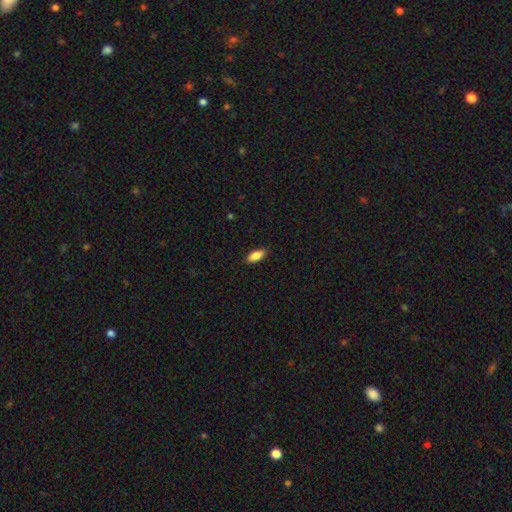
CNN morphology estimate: Smooth or featured? smooth (87%)
How rounded? in between (83%)
Merging? none (87%)